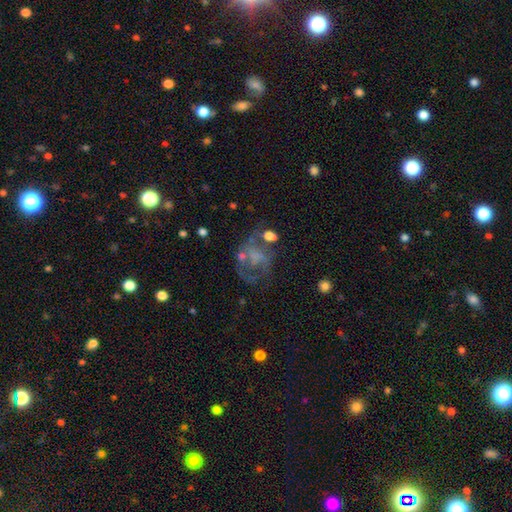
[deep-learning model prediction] Q: Smooth or featured?
A: featured or disk (59%); runner-up: smooth (26%)
Q: Edge-on disk?
A: no (98%); runner-up: yes (2%)
Q: Bar?
A: no (69%); runner-up: weak (24%)
Q: Spiral arms?
A: no (52%); runner-up: yes (48%)
Q: Bulge size?
A: none (55%); runner-up: small (21%)
Q: Merging?
A: none (36%); runner-up: major disturbance (35%)